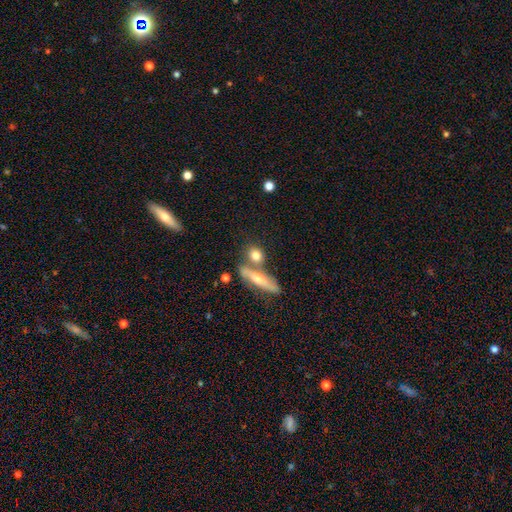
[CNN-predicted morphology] smooth_or_featured: smooth (p=0.73) [alt: featured or disk p=0.18]
how_rounded: round (p=0.58) [alt: in between p=0.26]
merging: none (p=0.56) [alt: merger p=0.28]